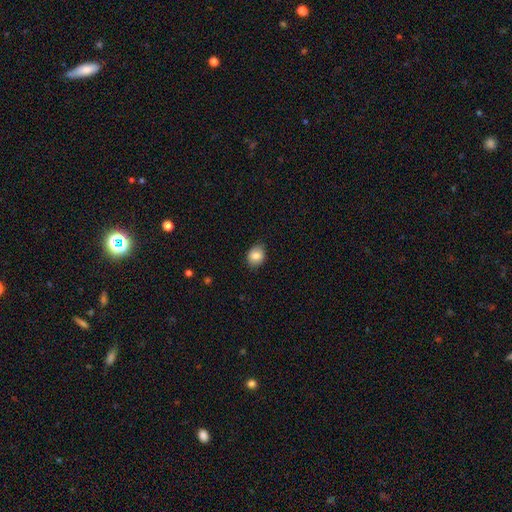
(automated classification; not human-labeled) Smooth or featured? smooth (81%)
How rounded? in between (54%)
Merging? none (86%)